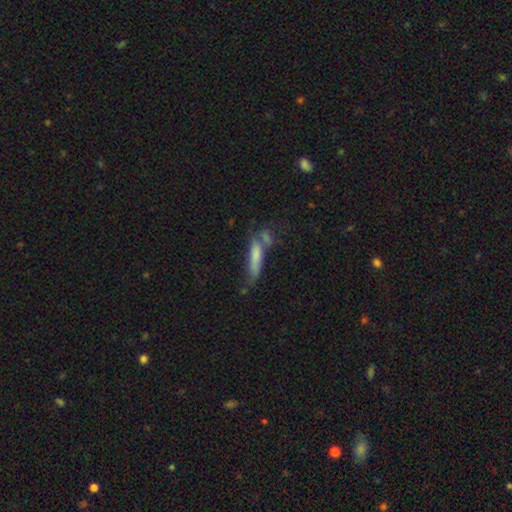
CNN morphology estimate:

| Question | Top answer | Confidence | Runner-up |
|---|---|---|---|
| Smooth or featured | smooth | 71% | featured or disk (21%) |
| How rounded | cigar-shaped | 78% | in between (19%) |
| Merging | none | 43% | merger (26%) |